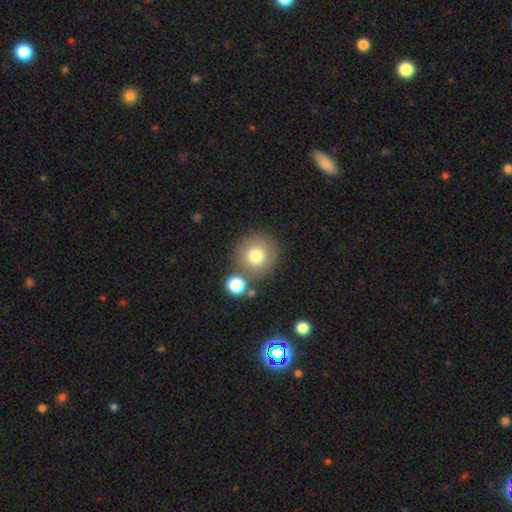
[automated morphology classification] Smooth or featured: smooth — 77% (featured or disk — 13%)
How rounded: round — 92% (in between — 7%)
Merging: none — 75% (merger — 12%)